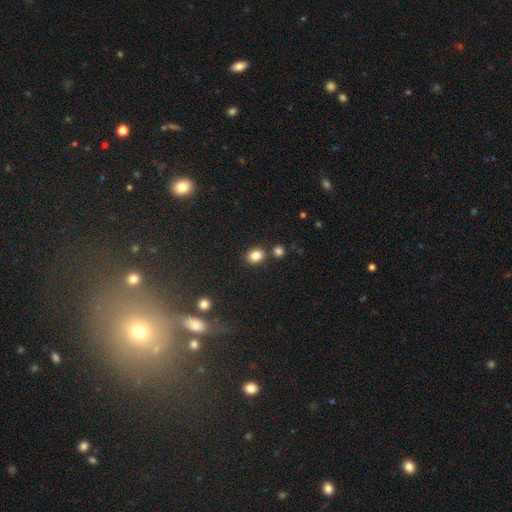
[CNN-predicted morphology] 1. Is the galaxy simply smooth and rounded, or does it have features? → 84% smooth, 11% star or artifact, 5% featured or disk.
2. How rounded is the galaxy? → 59% round, 40% in between, 1% cigar-shaped.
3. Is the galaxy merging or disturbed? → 79% none, 9% merger, 9% minor disturbance, 3% major disturbance.